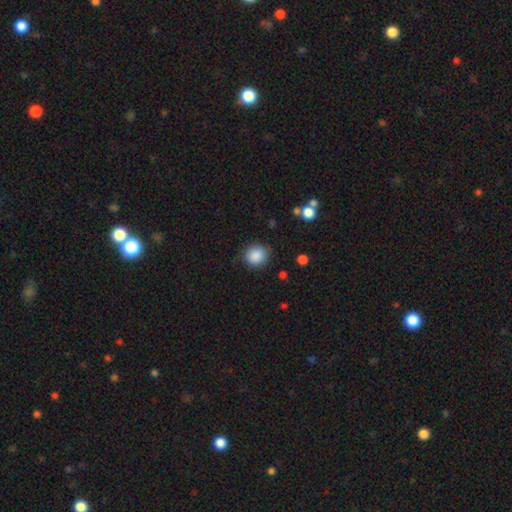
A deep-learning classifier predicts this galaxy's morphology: This is clearly a smooth galaxy (87%). How rounded: clearly round (84%). Merging: clearly none (84%).